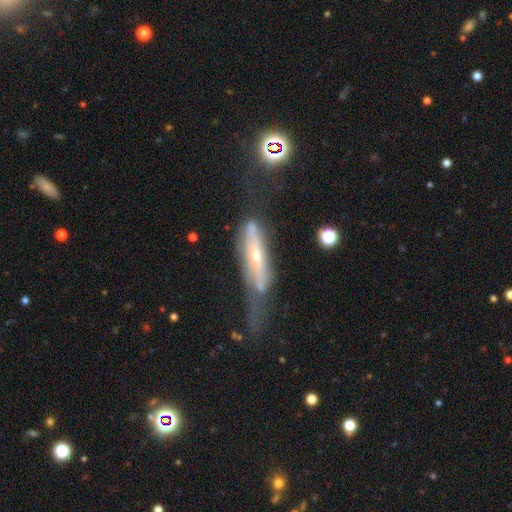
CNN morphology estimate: featured or disk 71%, smooth 21%, star or artifact 8%. Down the decision tree: edge-on disk — yes (60%); merging — major disturbance (33%).